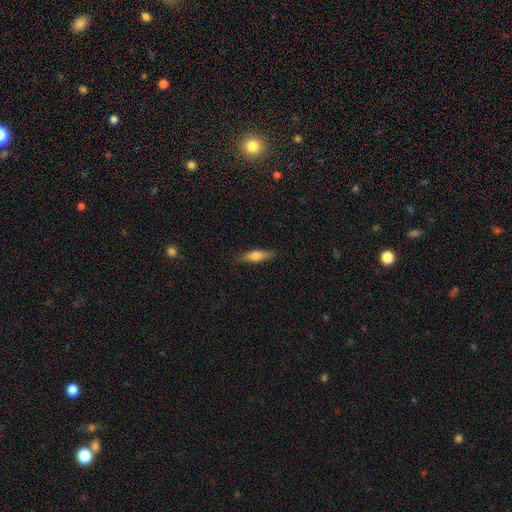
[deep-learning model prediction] Q: Smooth or featured?
A: smooth (58%); runner-up: featured or disk (35%)
Q: How rounded?
A: cigar-shaped (68%); runner-up: in between (30%)
Q: Merging?
A: none (87%); runner-up: minor disturbance (10%)